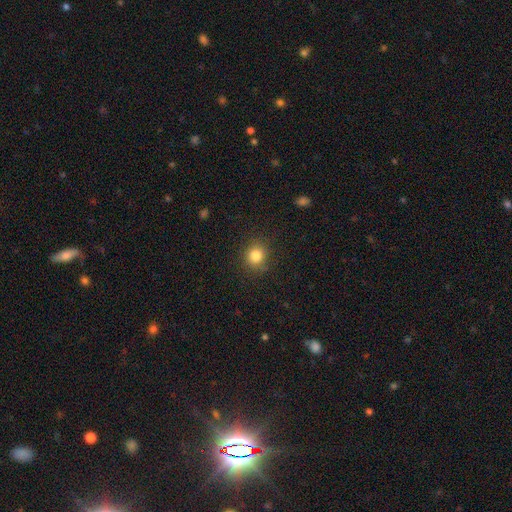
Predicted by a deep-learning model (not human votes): Smooth or featured? smooth (83%)
How rounded? round (83%)
Merging? none (85%)